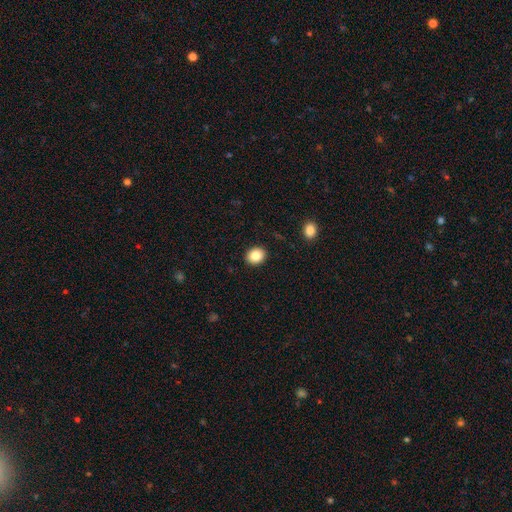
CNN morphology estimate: Overall: smooth (85%). How rounded: round (64%; in between 35%). Merging: none (91%).